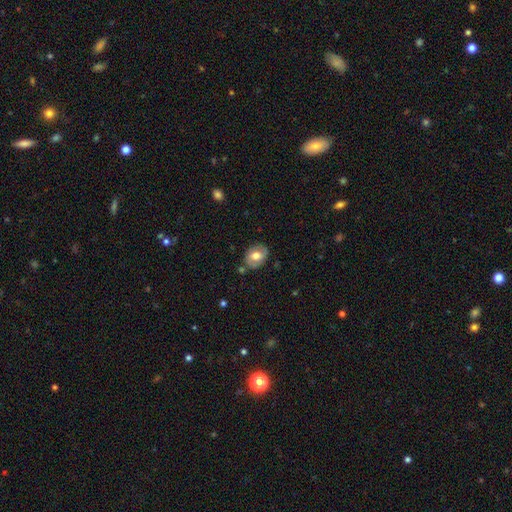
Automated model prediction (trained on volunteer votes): This appears to be a smooth galaxy with no disk features (52%) that is in between round and cigar-shaped (62%). Merging: none (78%).